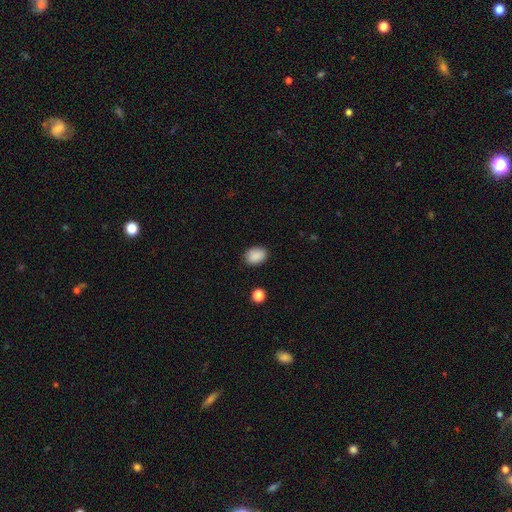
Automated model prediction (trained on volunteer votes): A smooth galaxy with no disk features (89%) that is in between round and cigar-shaped (74%). Merging: none (85%).